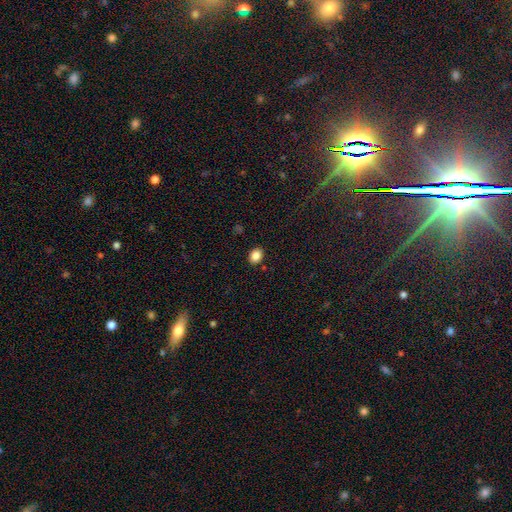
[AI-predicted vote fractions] Q: Smooth or featured?
A: smooth (85%); runner-up: star or artifact (10%)
Q: How rounded?
A: in between (55%); runner-up: round (44%)
Q: Merging?
A: none (89%); runner-up: minor disturbance (7%)